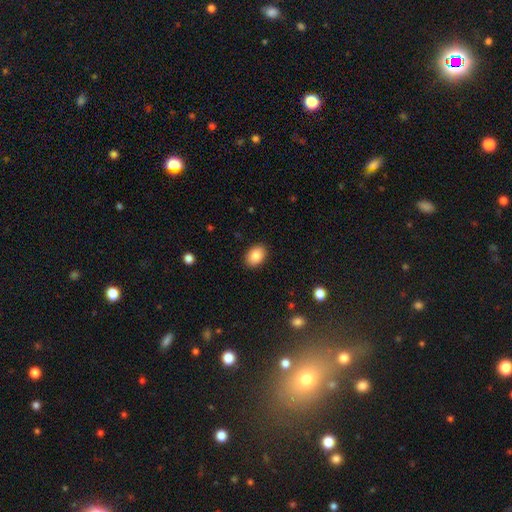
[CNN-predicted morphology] This is clearly a smooth galaxy (87%). How rounded: likely in between (75%). Merging: clearly none (89%).